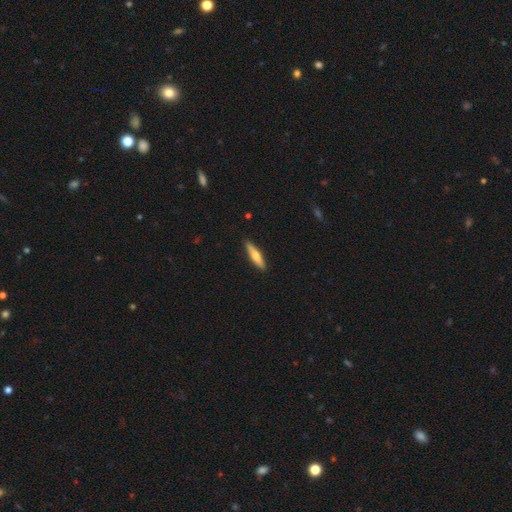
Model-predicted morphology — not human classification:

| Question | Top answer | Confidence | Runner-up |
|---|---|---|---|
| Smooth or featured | smooth | 61% | featured or disk (34%) |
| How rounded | cigar-shaped | 81% | in between (17%) |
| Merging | none | 89% | minor disturbance (8%) |